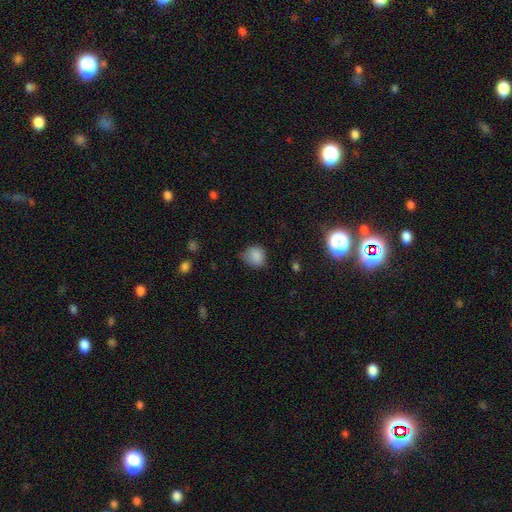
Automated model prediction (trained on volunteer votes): smooth-or-featured: smooth: 84% | star or artifact: 11% | featured or disk: 6%
  how-rounded: round: 69% | in between: 30% | cigar-shaped: 1%
  merging: none: 60% | minor disturbance: 31% | major disturbance: 7% | merger: 2%